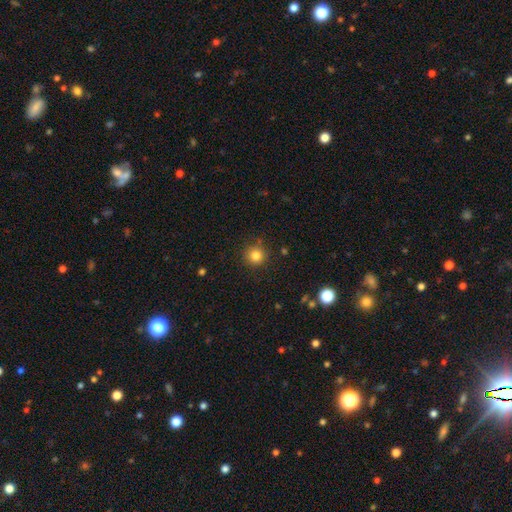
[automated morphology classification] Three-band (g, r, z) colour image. It shows a smooth galaxy with no disk features (82%) that is round (95%). Merging: none (88%).